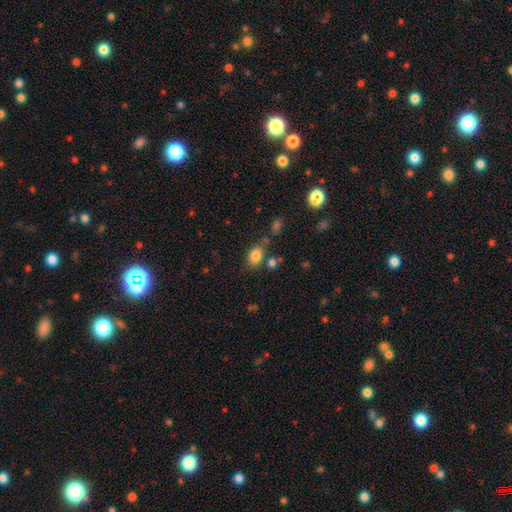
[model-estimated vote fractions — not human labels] Smooth or featured? Predicted: smooth (p=0.83). How rounded? Predicted: in between (p=0.78). Merging? Predicted: none (p=0.72).